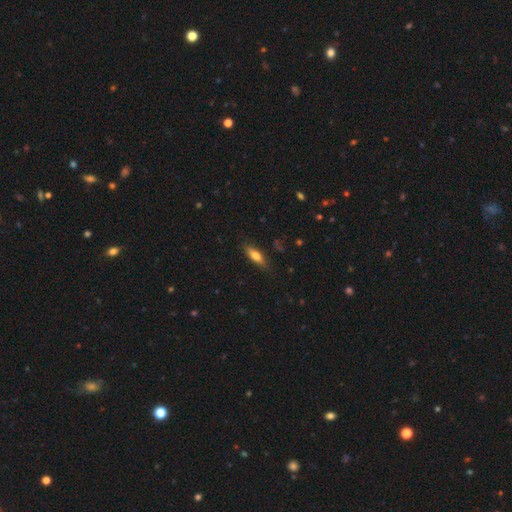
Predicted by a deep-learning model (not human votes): smooth 71%, featured or disk 22%, star or artifact 7%. Down the decision tree: how rounded — in between (53%); merging — none (81%).